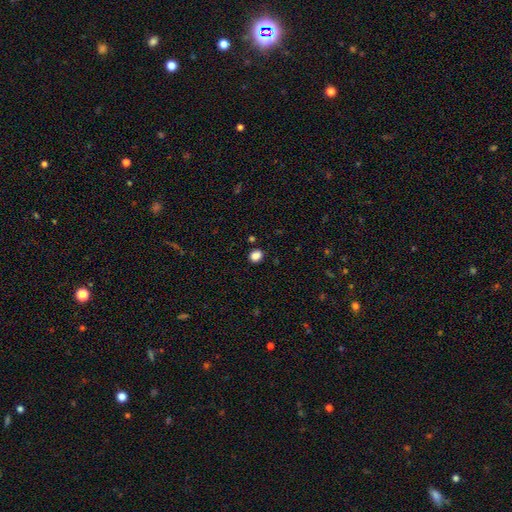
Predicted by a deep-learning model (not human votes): The model was most divided on "how rounded": round: 62%, in between: 37%, cigar-shaped: 1%. More confident: merging — none (86%); smooth or featured — smooth (86%).